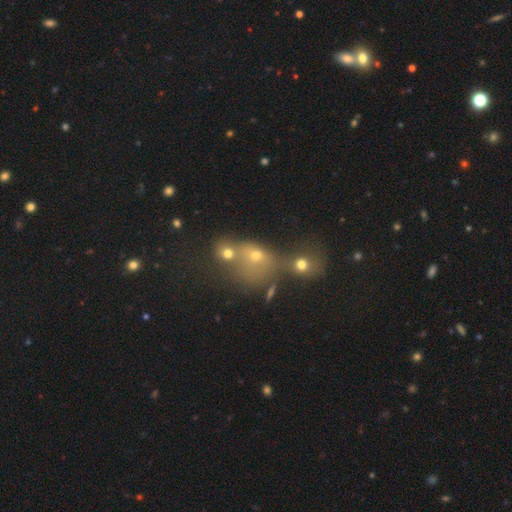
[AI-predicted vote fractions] Q: Smooth or featured?
A: smooth (59%); runner-up: star or artifact (23%)
Q: How rounded?
A: round (58%); runner-up: in between (40%)
Q: Merging?
A: merger (57%); runner-up: none (27%)